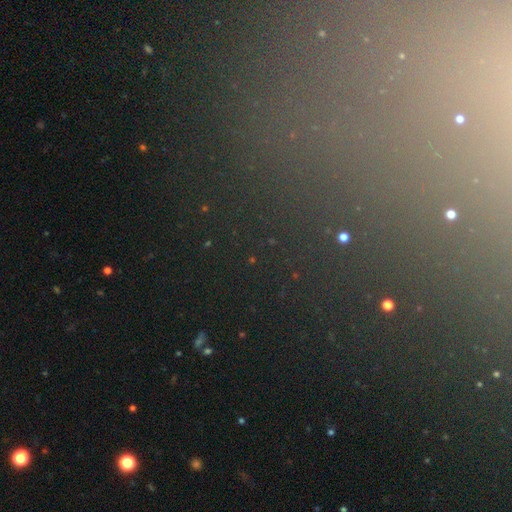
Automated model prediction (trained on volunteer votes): This is likely a star or artifact rather than a galaxy (69%).